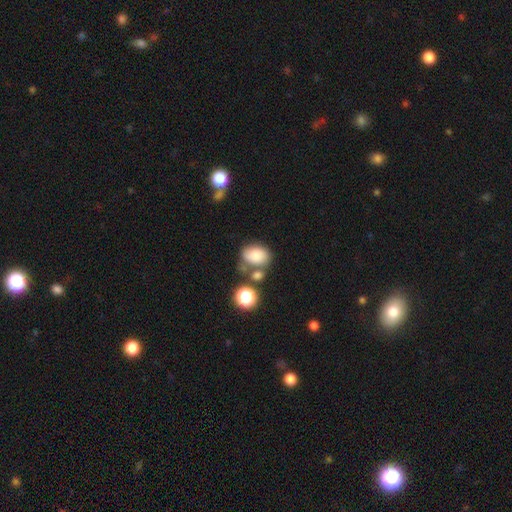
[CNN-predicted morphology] Overall: smooth (78%). How rounded: in between (75%). Merging: none (47%; merger 24%).